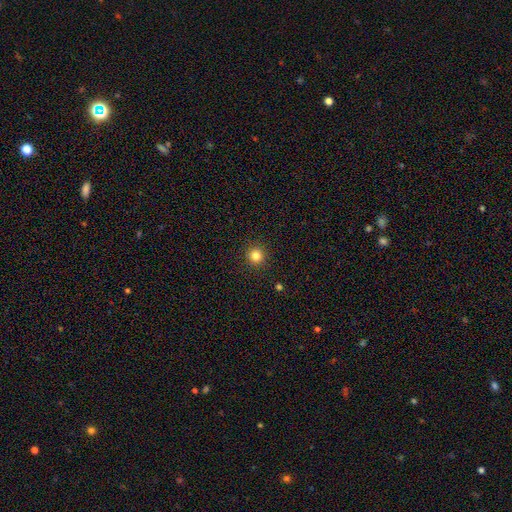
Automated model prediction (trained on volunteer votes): Smooth or featured? Predicted: smooth (p=0.82). How rounded? Predicted: round (p=0.95). Merging? Predicted: none (p=0.93).